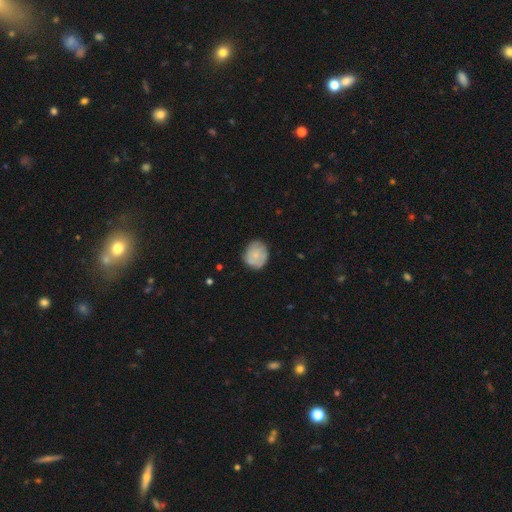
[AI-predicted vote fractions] Smooth or featured? Predicted: smooth (p=0.65). How rounded? Predicted: round (p=0.71). Merging? Predicted: none (p=0.72).